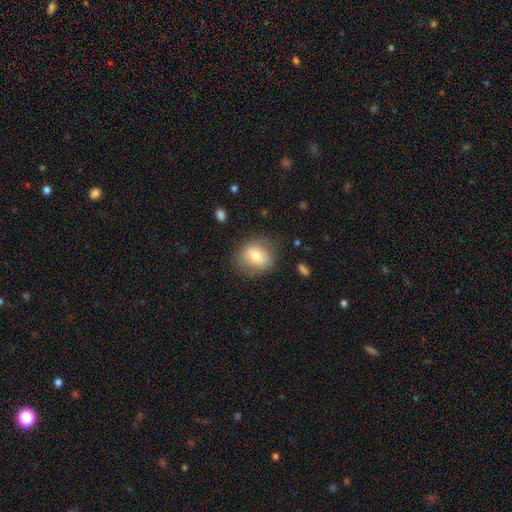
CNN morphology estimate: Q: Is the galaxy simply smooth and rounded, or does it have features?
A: smooth — 74%.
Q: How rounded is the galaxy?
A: round — 67%.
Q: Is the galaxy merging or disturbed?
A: none — 76%.